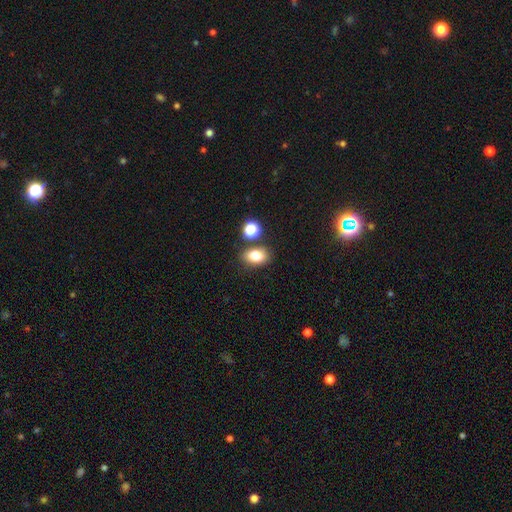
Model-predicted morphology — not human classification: Q: Smooth or featured?
A: smooth (80%); runner-up: star or artifact (12%)
Q: How rounded?
A: in between (75%); runner-up: round (23%)
Q: Merging?
A: none (74%); runner-up: merger (12%)